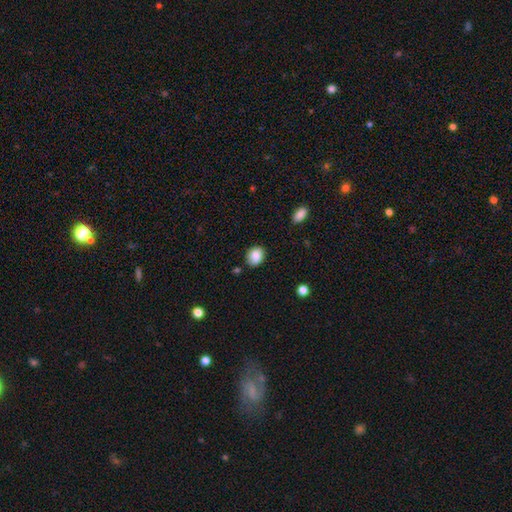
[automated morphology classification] Smooth or featured: smooth — 87% (star or artifact — 8%)
How rounded: round — 50% (in between — 49%)
Merging: none — 79% (minor disturbance — 16%)